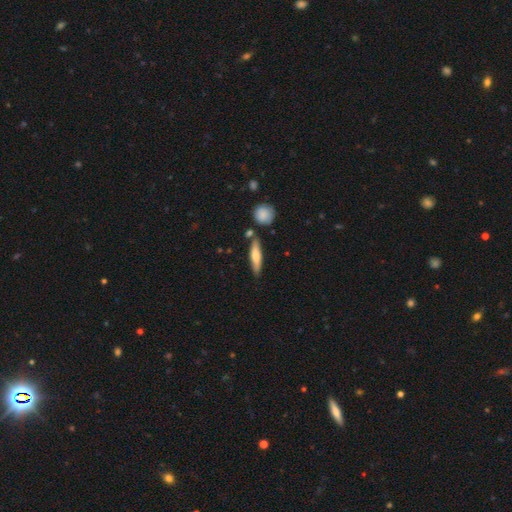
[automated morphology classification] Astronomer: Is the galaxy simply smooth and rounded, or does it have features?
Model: smooth — 65%.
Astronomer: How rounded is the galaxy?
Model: cigar-shaped — 77%.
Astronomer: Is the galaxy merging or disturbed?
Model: none — 77%.